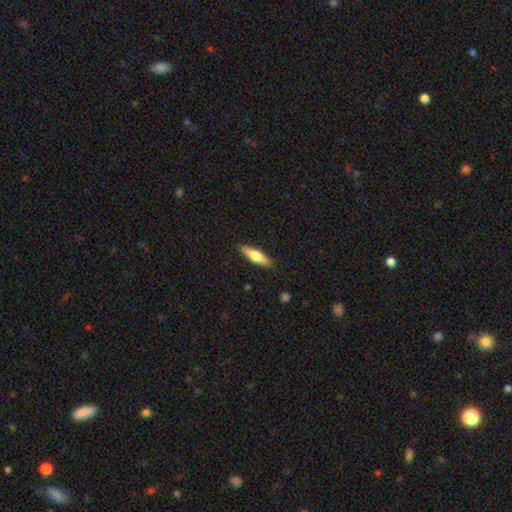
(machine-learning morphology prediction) smooth 59%, featured or disk 36%, star or artifact 6%. Down the decision tree: how rounded — cigar-shaped (66%); merging — none (87%).